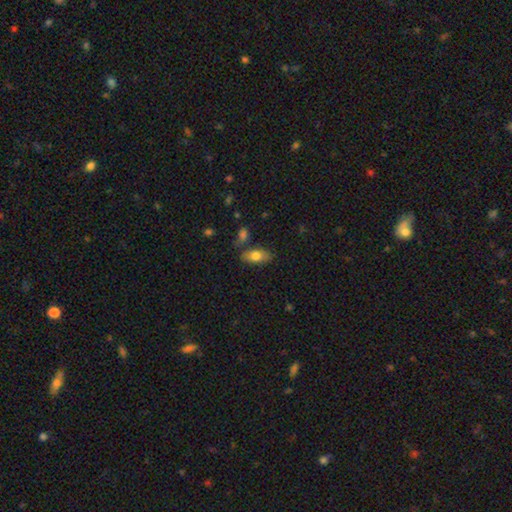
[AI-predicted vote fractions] Smooth or featured?
  - smooth: 76% *
  - featured or disk: 17%
  - star or artifact: 7%
How rounded?
  - in between: 86% *
  - cigar-shaped: 10%
  - round: 4%
Merging?
  - none: 75% *
  - minor disturbance: 14%
  - merger: 7%
  - major disturbance: 3%